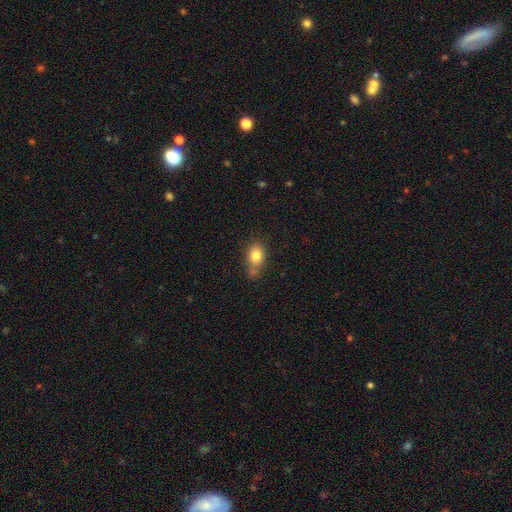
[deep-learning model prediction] Overall: smooth (81%). How rounded: in between (67%; round 31%). Merging: none (55%; minor disturbance 22%).